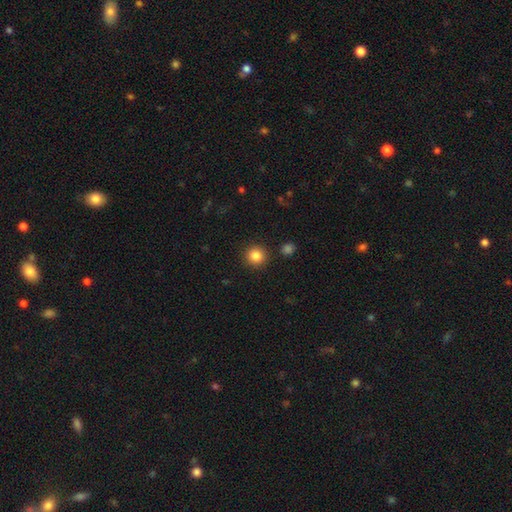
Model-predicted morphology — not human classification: The model was most divided on "smooth or featured": smooth: 85%, star or artifact: 11%, featured or disk: 5%. More confident: how rounded — round (93%); merging — none (90%).